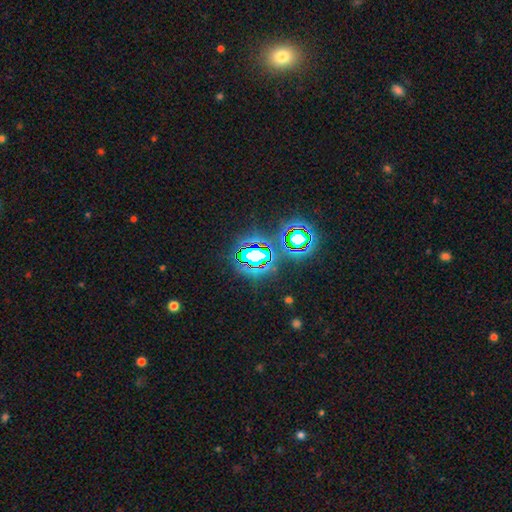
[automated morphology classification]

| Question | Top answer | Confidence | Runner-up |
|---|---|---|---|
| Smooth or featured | star or artifact | 73% | smooth (15%) |